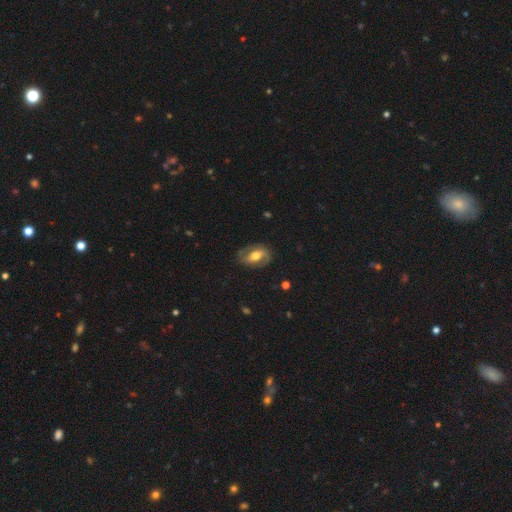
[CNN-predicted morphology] featured or disk 71%, smooth 23%, star or artifact 6%. Down the decision tree: edge-on disk — no (95%); bar — weak (40%); spiral arms — yes (82%); spiral arm count — 2 (86%); spiral winding — medium (48%); bulge size — moderate (68%); merging — none (77%).